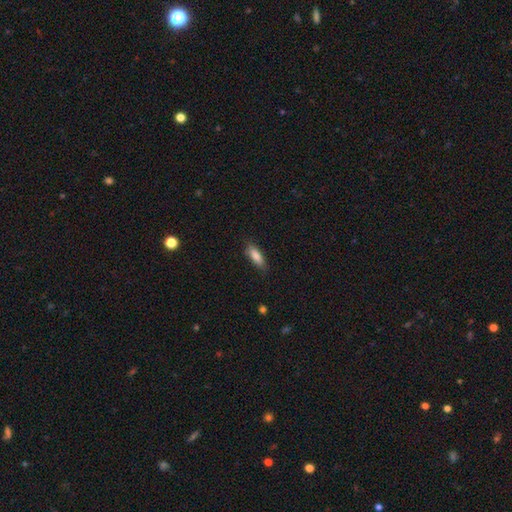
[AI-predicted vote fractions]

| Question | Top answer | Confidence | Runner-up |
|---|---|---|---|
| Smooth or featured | smooth | 83% | featured or disk (10%) |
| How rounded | in between | 58% | cigar-shaped (40%) |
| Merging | none | 81% | minor disturbance (15%) |